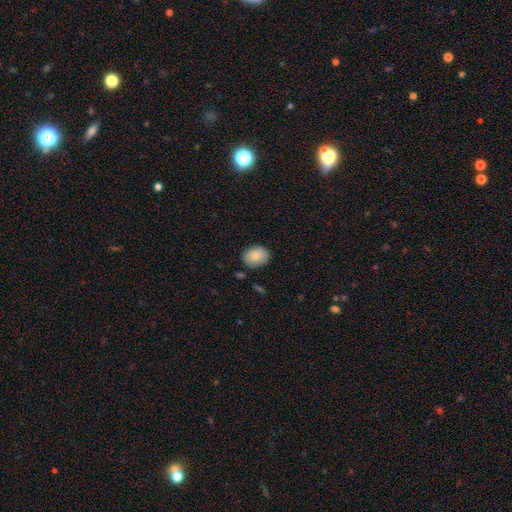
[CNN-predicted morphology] A smooth galaxy with no disk features (84%) that is in between round and cigar-shaped (59%).

Vote fractions:
- Smooth or featured? smooth: 84% / featured or disk: 9% / star or artifact: 7%
- How rounded? in between: 59% / round: 40% / cigar-shaped: 1%
- Merging? none: 83% / minor disturbance: 13% / major disturbance: 2% / merger: 2%